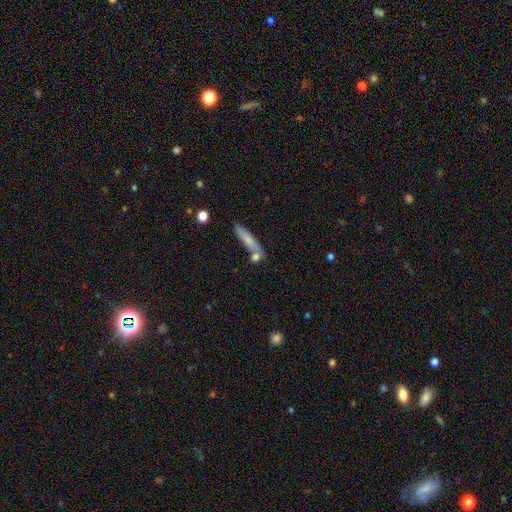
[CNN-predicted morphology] Q: Smooth or featured?
A: smooth (68%); runner-up: featured or disk (24%)
Q: How rounded?
A: cigar-shaped (80%); runner-up: in between (16%)
Q: Merging?
A: none (69%); runner-up: merger (15%)